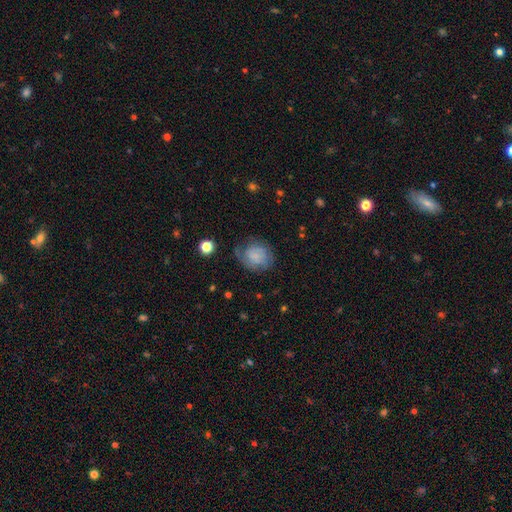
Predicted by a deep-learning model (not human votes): smooth-or-featured: smooth: 47% | featured or disk: 43% | star or artifact: 10%
  merging: none: 57% | minor disturbance: 25% | major disturbance: 16% | merger: 2%